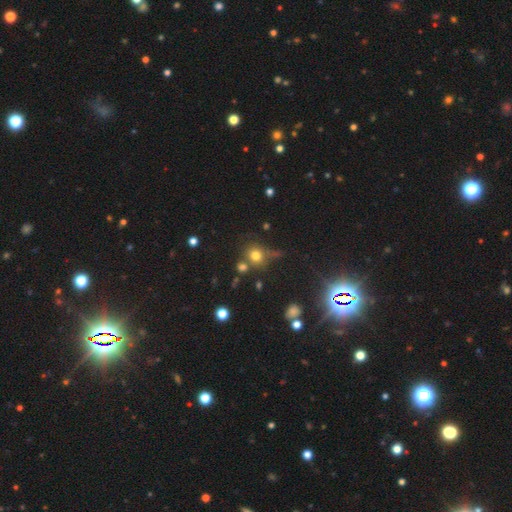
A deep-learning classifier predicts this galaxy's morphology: This appears to be a smooth galaxy with no disk features (72%) that is round (86%). Merging: none (64%).